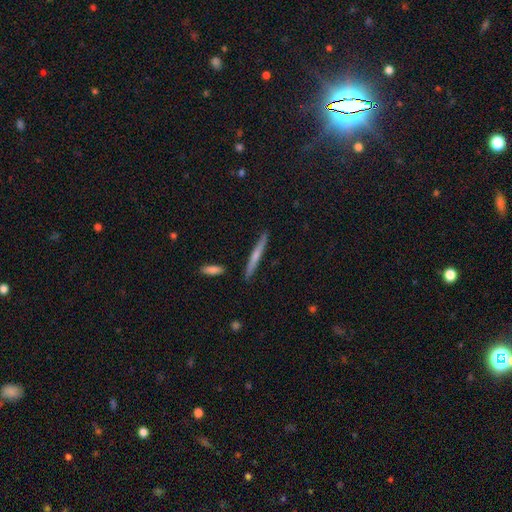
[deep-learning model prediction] This appears to be a smooth galaxy with no disk features (50%). Merging: none (88%).